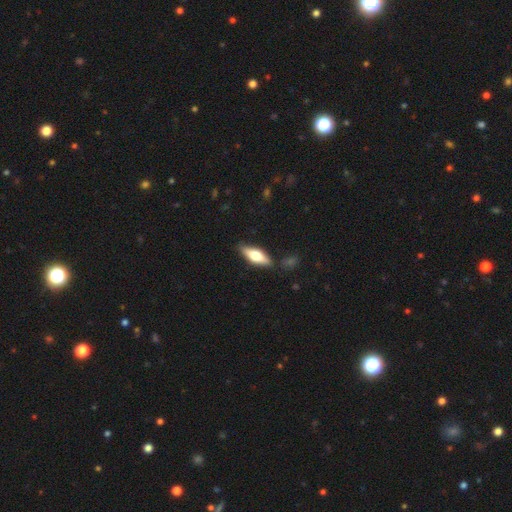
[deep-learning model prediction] Smooth or featured? Predicted: smooth (p=0.56). How rounded? Predicted: in between (p=0.59). Merging? Predicted: none (p=0.83).